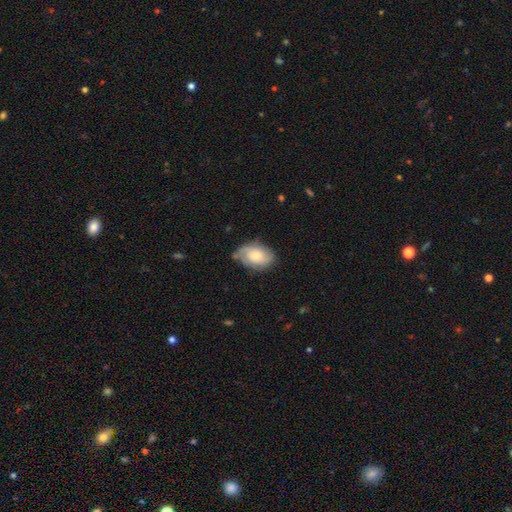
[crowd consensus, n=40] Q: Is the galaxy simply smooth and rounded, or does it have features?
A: featured or disk — 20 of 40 (50%).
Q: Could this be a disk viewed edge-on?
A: no — 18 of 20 (90%).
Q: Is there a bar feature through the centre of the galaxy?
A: no — 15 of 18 (83%).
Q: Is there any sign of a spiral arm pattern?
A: yes — 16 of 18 (89%).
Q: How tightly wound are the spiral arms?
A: tight — 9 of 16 (56%).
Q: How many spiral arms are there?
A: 2 — 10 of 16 (62%).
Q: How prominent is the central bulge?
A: moderate — 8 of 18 (44%).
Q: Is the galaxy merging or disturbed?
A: none — 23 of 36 (64%).